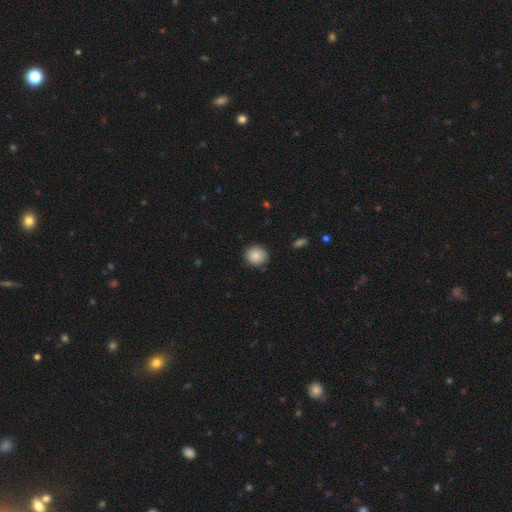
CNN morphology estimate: The model was most divided on "how rounded": round: 85%, in between: 14%, cigar-shaped: 1%. More confident: smooth or featured — smooth (86%); merging — none (86%).